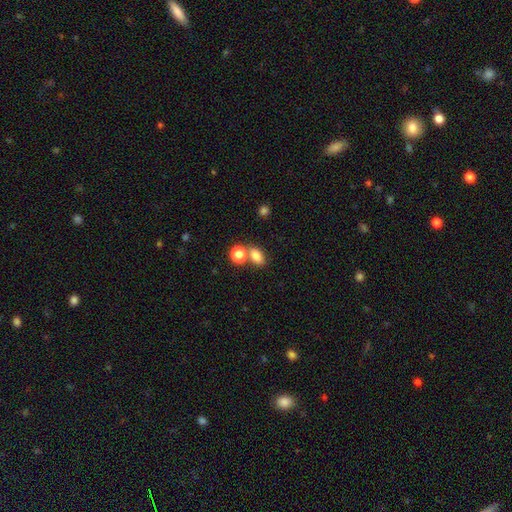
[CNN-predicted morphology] type=smooth (82%); roundness=in between (75%); merging=none (56%).